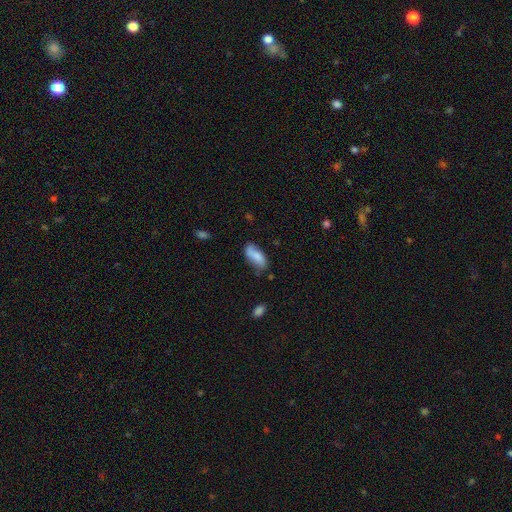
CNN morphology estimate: Smooth or featured? smooth (74%)
How rounded? in between (79%)
Merging? none (60%)